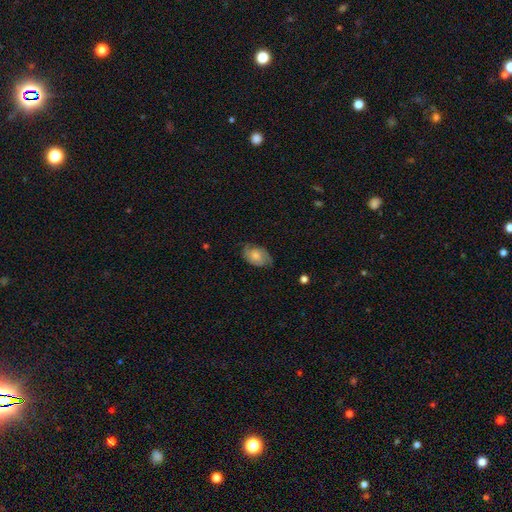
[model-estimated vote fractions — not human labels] This appears to be a smooth galaxy with no disk features (49%). Merging: none (66%).